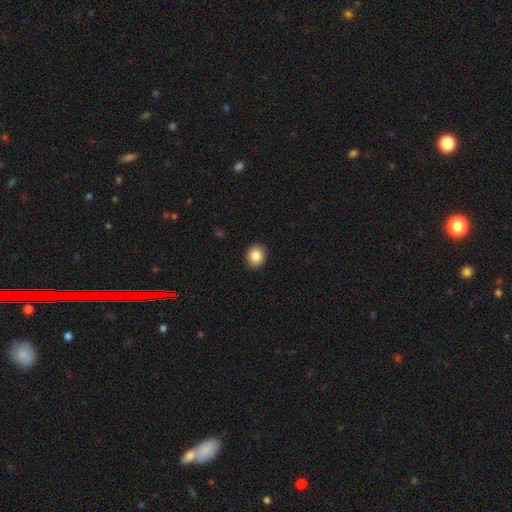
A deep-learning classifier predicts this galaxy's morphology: smooth-or-featured: smooth: 85% | star or artifact: 9% | featured or disk: 6%
  how-rounded: round: 74% | in between: 25% | cigar-shaped: 1%
  merging: none: 91% | minor disturbance: 6% | major disturbance: 2% | merger: 1%